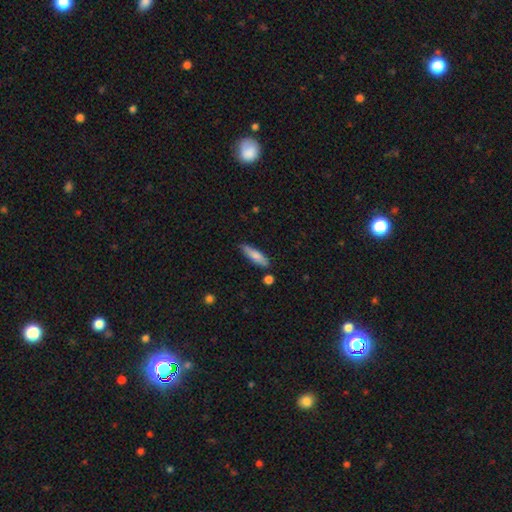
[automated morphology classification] A smooth galaxy with no disk features (75%) that is cigar-shaped (62%).

Vote fractions:
- Smooth or featured? smooth: 75% / featured or disk: 19% / star or artifact: 6%
- How rounded? cigar-shaped: 62% / in between: 36% / round: 2%
- Merging? none: 79% / minor disturbance: 14% / merger: 4% / major disturbance: 2%